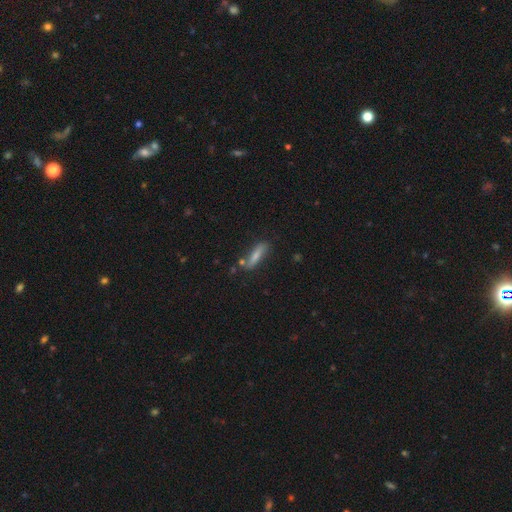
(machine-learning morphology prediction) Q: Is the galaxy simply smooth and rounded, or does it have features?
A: smooth — 72%.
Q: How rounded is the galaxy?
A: cigar-shaped — 72%.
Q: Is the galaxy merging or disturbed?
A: none — 71%.